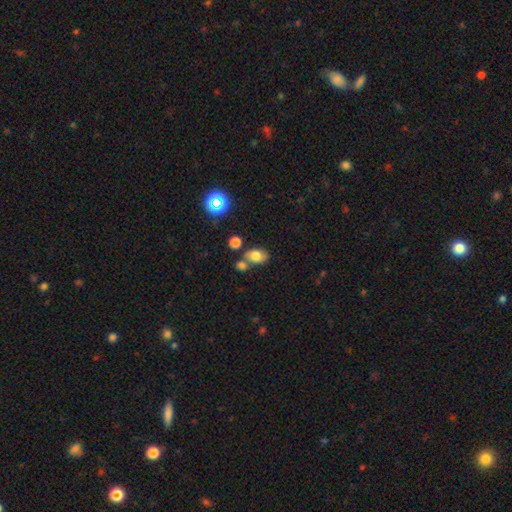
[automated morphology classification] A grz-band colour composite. It shows a smooth galaxy with no disk features (71%) that is in between round and cigar-shaped (77%). Merging: none (50%).